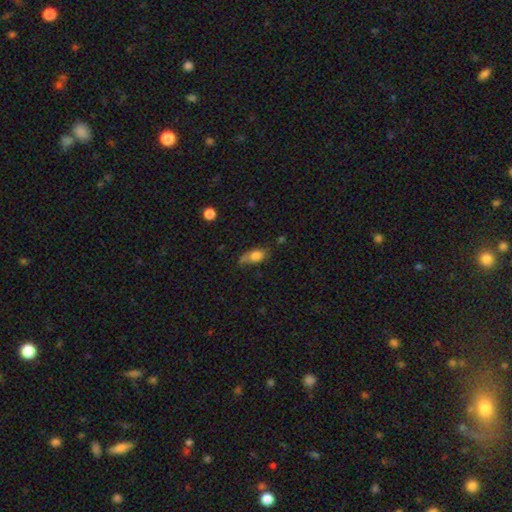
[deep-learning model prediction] This appears to be a smooth galaxy with no disk features (77%) that is in between round and cigar-shaped (82%). Merging: none (47%).